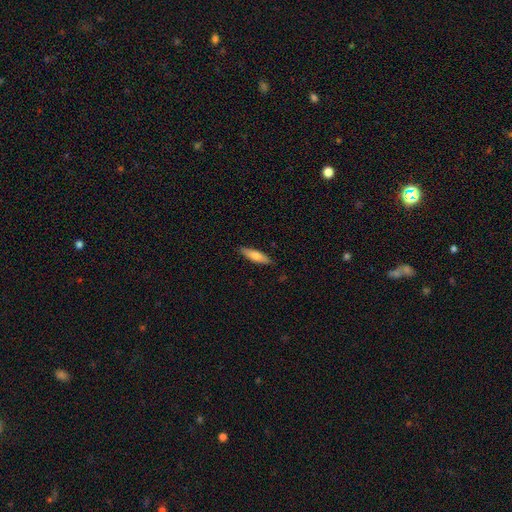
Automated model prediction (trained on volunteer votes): A smooth galaxy with no disk features (71%) that is cigar-shaped (65%). Merging: none (88%).